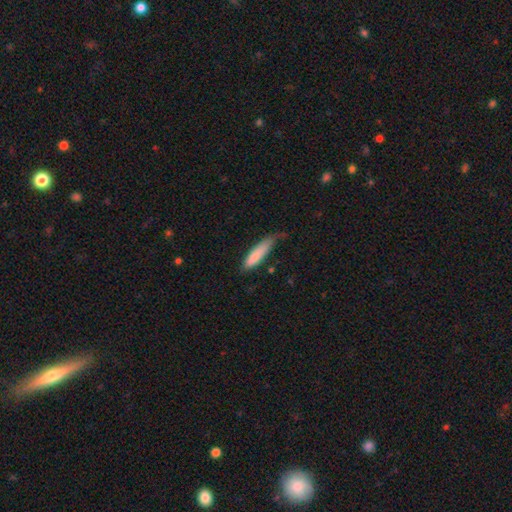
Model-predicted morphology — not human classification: Smooth or featured?
  - smooth: 81% *
  - featured or disk: 13%
  - star or artifact: 6%
How rounded?
  - cigar-shaped: 71% *
  - in between: 27%
  - round: 2%
Merging?
  - none: 43% *
  - minor disturbance: 39%
  - major disturbance: 15%
  - merger: 3%